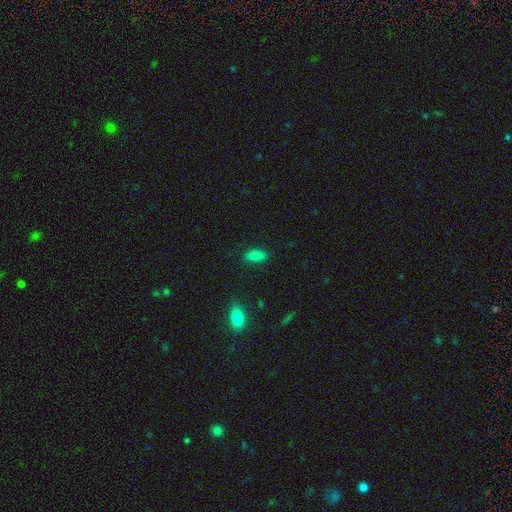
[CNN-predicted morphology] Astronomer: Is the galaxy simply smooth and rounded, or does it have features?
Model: smooth — 85%.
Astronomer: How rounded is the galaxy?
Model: in between — 87%.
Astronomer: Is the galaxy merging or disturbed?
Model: none — 85%.